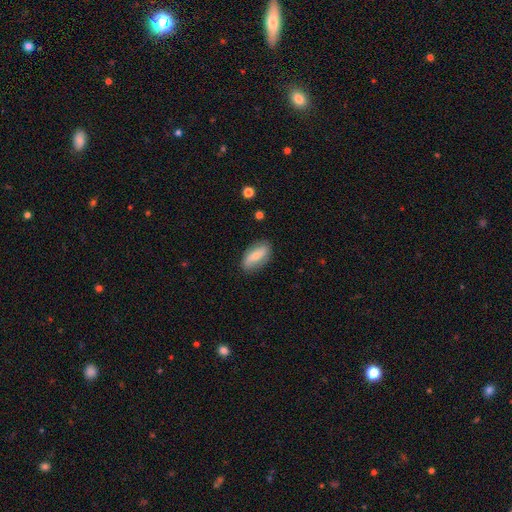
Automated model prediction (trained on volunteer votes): This appears to be a smooth galaxy with no disk features (62%) that is in between round and cigar-shaped (86%). Merging: none (83%).